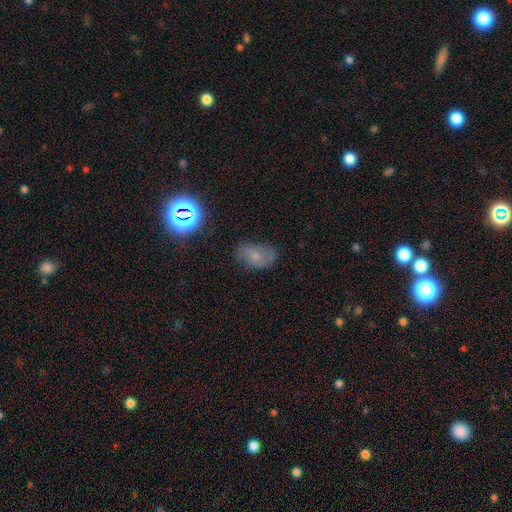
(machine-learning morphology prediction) Smooth or featured? smooth (59%)
How rounded? in between (85%)
Merging? none (65%)